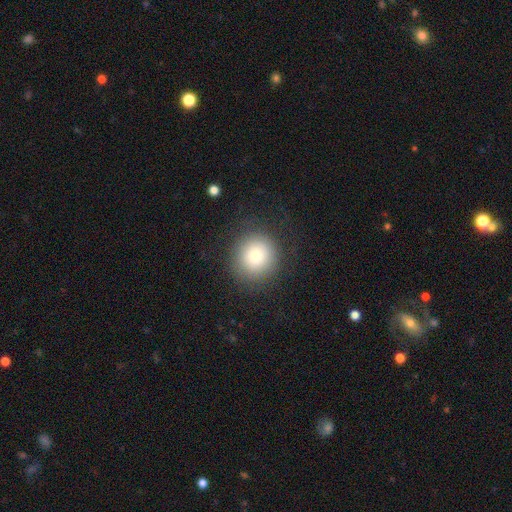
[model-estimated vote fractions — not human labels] Morphology: type=smooth (77%); roundness=round (93%); merging=none (86%).